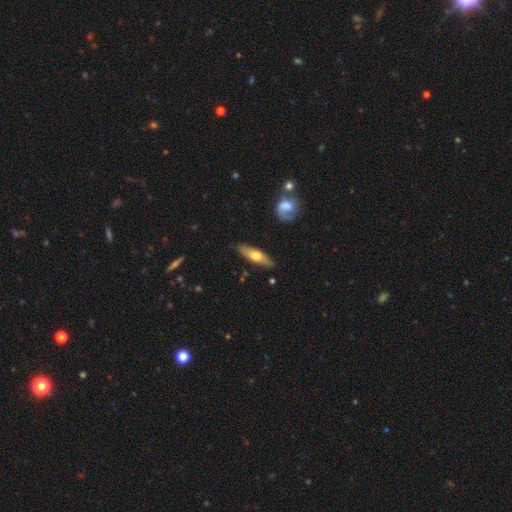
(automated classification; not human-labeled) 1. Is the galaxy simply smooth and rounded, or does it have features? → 55% smooth, 39% featured or disk, 6% star or artifact.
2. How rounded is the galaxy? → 52% cigar-shaped, 45% in between, 3% round.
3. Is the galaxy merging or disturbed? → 84% none, 12% minor disturbance, 2% major disturbance, 2% merger.